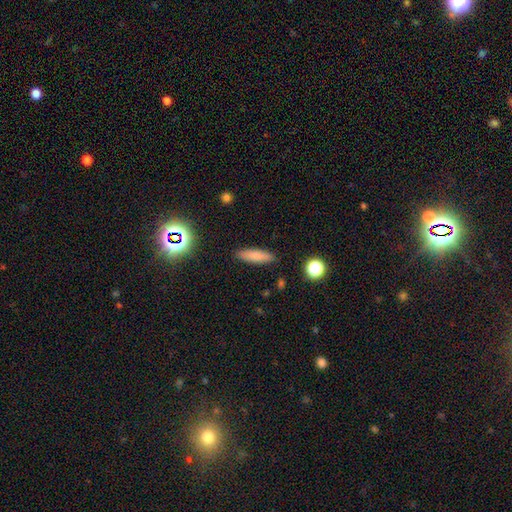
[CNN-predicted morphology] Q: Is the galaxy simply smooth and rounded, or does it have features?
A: smooth — 81%.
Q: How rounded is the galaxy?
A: cigar-shaped — 66%.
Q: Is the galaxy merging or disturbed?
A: none — 89%.